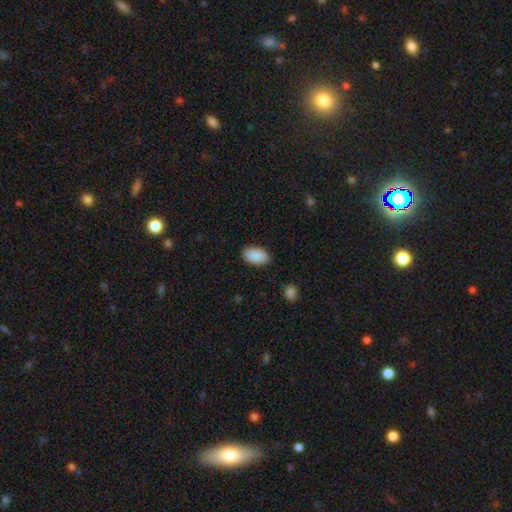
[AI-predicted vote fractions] This appears to be a smooth galaxy with no disk features (91%) that is in between round and cigar-shaped (93%). Merging: none (87%).